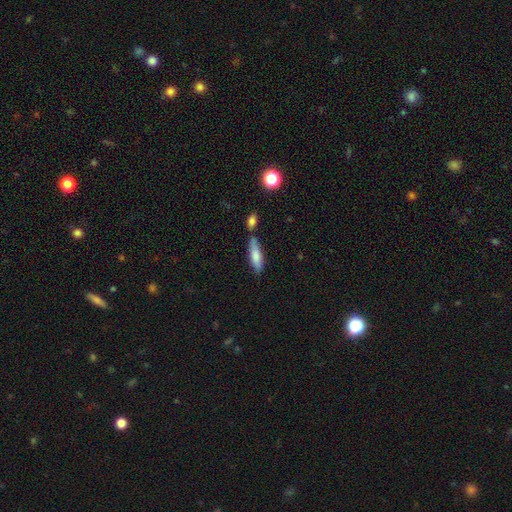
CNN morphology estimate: Q: Smooth or featured?
A: smooth (74%); runner-up: featured or disk (20%)
Q: How rounded?
A: cigar-shaped (55%); runner-up: in between (43%)
Q: Merging?
A: none (60%); runner-up: merger (18%)